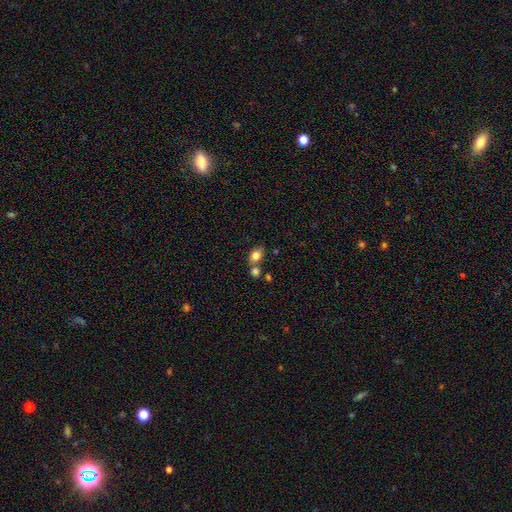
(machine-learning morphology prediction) smooth 80%, featured or disk 10%, star or artifact 10%. Down the decision tree: how rounded — in between (64%); merging — none (52%).